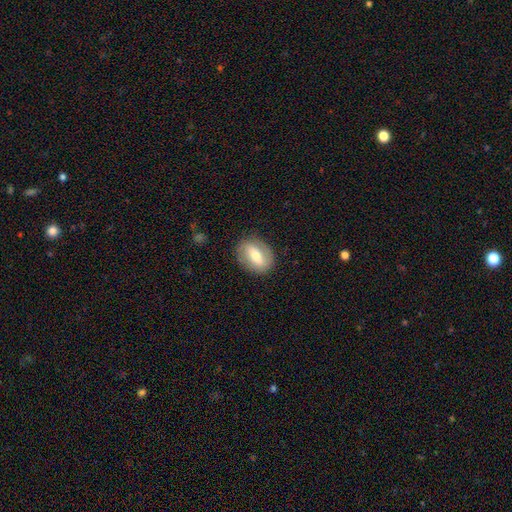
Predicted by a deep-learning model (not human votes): The model was most divided on "smooth or featured": smooth: 49%, featured or disk: 44%, star or artifact: 7%. More confident: merging — none (83%).